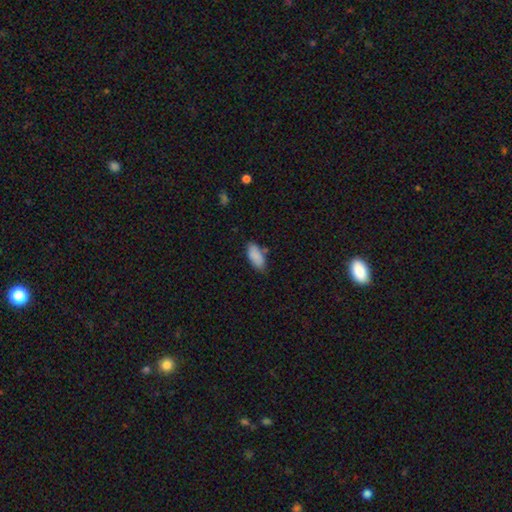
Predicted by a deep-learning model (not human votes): Q: Smooth or featured?
A: smooth (87%); runner-up: star or artifact (7%)
Q: How rounded?
A: in between (88%); runner-up: cigar-shaped (10%)
Q: Merging?
A: none (70%); runner-up: minor disturbance (21%)